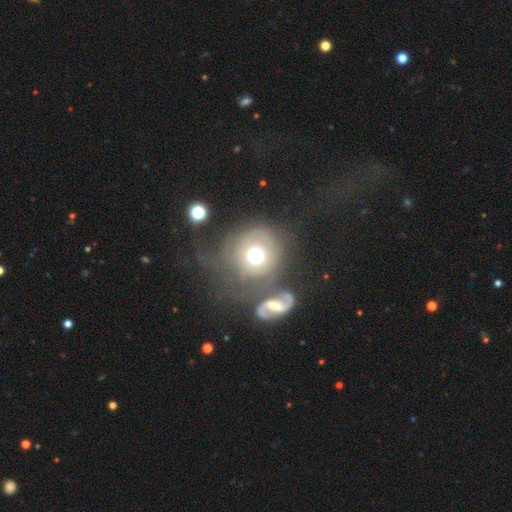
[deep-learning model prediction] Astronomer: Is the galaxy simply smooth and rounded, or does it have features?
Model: smooth — 51% (runner-up: featured or disk, 39%).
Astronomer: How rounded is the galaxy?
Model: round — 87%.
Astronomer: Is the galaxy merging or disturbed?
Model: none — 42% (runner-up: merger, 28%).